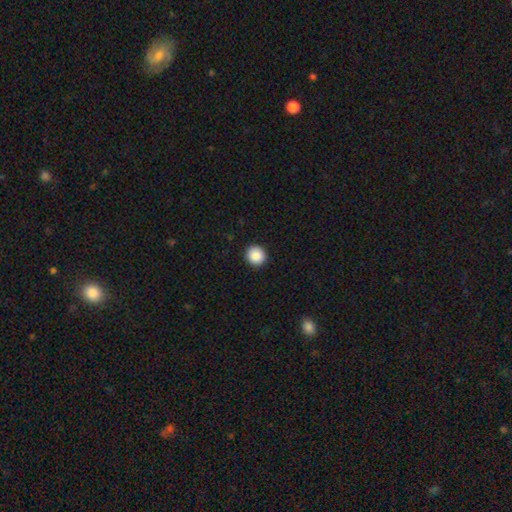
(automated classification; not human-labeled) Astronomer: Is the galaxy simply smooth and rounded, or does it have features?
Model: smooth — 88%.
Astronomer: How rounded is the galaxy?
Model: round — 93%.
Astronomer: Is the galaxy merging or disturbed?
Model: none — 93%.